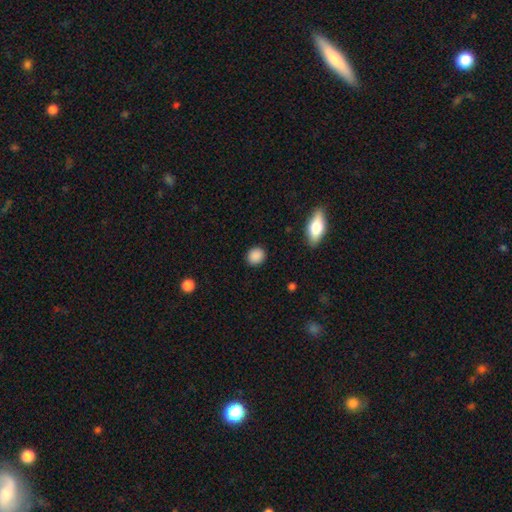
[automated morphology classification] Smooth or featured?
  - smooth: 88% *
  - star or artifact: 9%
  - featured or disk: 3%
How rounded?
  - round: 77% *
  - in between: 21%
  - cigar-shaped: 1%
Merging?
  - none: 89% *
  - minor disturbance: 7%
  - major disturbance: 2%
  - merger: 1%